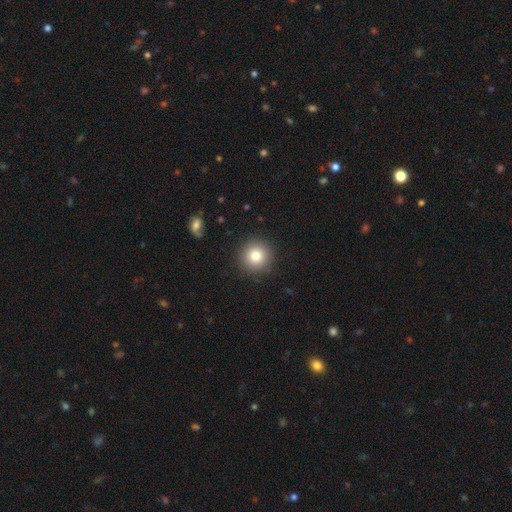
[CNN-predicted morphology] Overall: smooth (81%). How rounded: round (95%). Merging: none (91%).